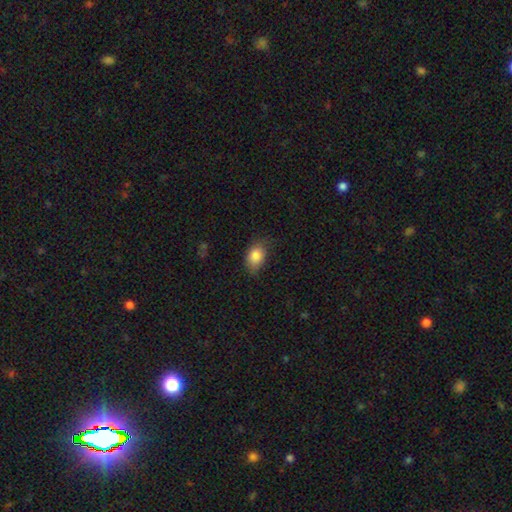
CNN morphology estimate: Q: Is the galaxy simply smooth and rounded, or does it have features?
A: smooth — 84%.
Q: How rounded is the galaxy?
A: in between — 79%.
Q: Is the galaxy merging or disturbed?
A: none — 63%.